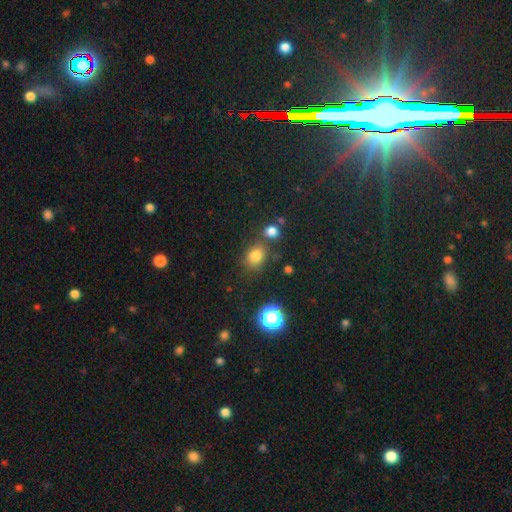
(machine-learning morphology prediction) Smooth or featured: smooth — 77% (star or artifact — 16%)
How rounded: round — 56% (in between — 43%)
Merging: none — 71% (minor disturbance — 13%)